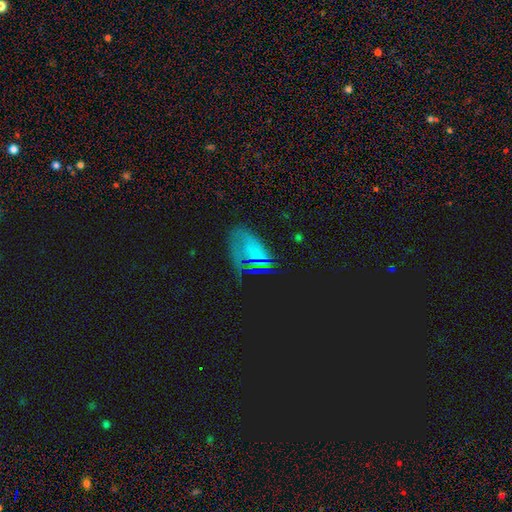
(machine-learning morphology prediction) star or artifact 39%, smooth 32%, featured or disk 29%.